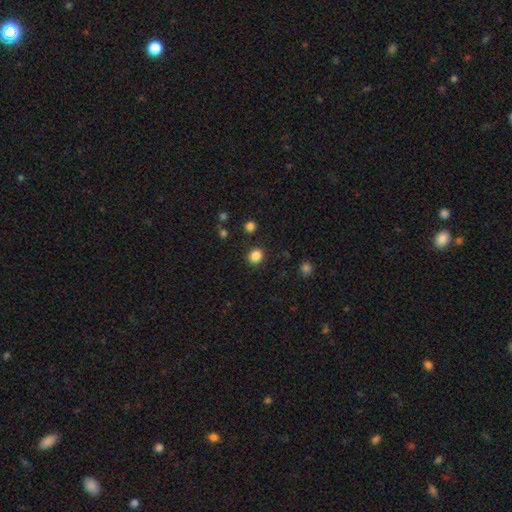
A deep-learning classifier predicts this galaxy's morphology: A smooth galaxy with no disk features (86%) that is round (71%).

Vote fractions:
- Smooth or featured? smooth: 86% / star or artifact: 11% / featured or disk: 3%
- How rounded? round: 71% / in between: 28% / cigar-shaped: 1%
- Merging? none: 88% / minor disturbance: 7% / major disturbance: 3% / merger: 2%